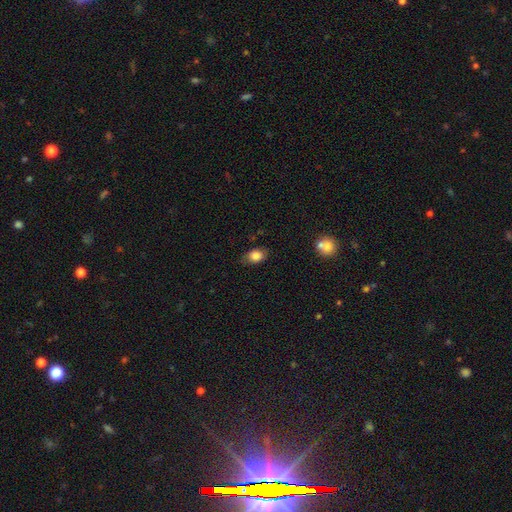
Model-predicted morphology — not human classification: smooth_or_featured: smooth (p=0.82) [alt: featured or disk p=0.09]
how_rounded: in between (p=0.76) [alt: round p=0.23]
merging: none (p=0.76) [alt: minor disturbance p=0.18]